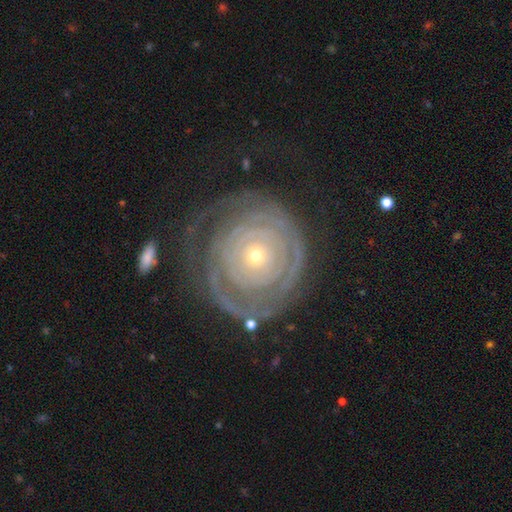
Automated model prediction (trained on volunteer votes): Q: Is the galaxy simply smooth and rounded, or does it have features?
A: featured or disk — 83%.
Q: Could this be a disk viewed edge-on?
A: no — 97%.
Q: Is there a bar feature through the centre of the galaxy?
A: no — 87%.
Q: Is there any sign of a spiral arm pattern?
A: yes — 85%.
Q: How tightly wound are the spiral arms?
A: tight — 86%.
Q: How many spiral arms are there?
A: can't tell — 44%.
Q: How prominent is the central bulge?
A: small — 76%.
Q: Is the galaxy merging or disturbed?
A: none — 66%.